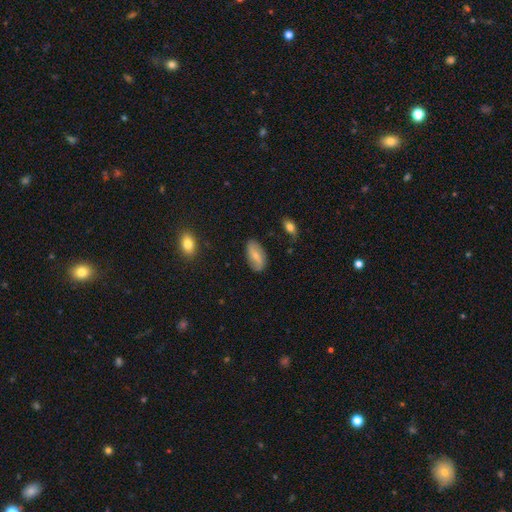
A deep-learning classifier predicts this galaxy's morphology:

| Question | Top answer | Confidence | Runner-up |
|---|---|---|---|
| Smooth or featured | smooth | 55% | featured or disk (37%) |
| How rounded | in between | 92% | cigar-shaped (4%) |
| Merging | none | 79% | minor disturbance (16%) |